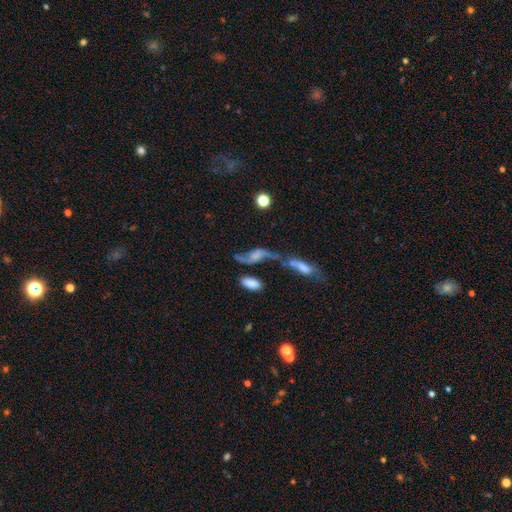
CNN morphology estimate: Overall: featured or disk (61%; smooth 28%). Edge-on disk: no (86%). Bar: no (65%; weak 26%). Spiral arms: yes (81%). Bulge size: none (51%; small 21%). Merging: merger (42%; none 27%).